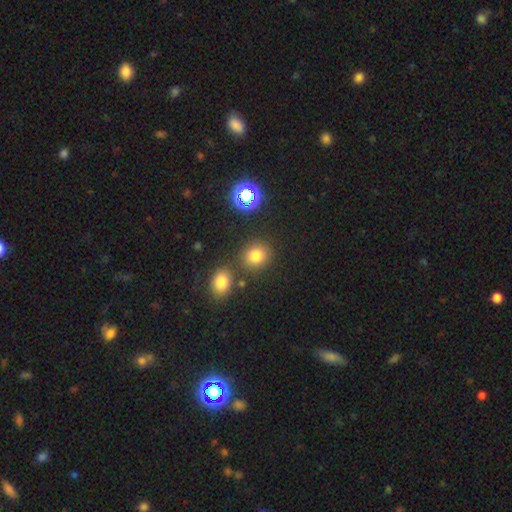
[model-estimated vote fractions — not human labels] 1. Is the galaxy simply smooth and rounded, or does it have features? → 76% smooth, 18% star or artifact, 6% featured or disk.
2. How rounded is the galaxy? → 80% round, 19% in between, 1% cigar-shaped.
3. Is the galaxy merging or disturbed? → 79% none, 9% merger, 8% minor disturbance, 3% major disturbance.